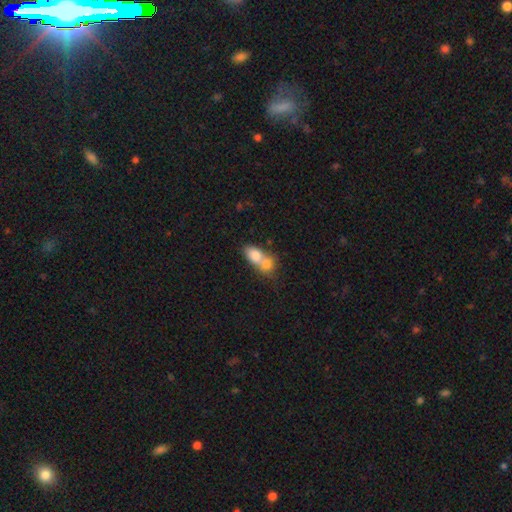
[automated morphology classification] Smooth or featured? Predicted: smooth (p=0.76). How rounded? Predicted: in between (p=0.70). Merging? Predicted: merger (p=0.74).